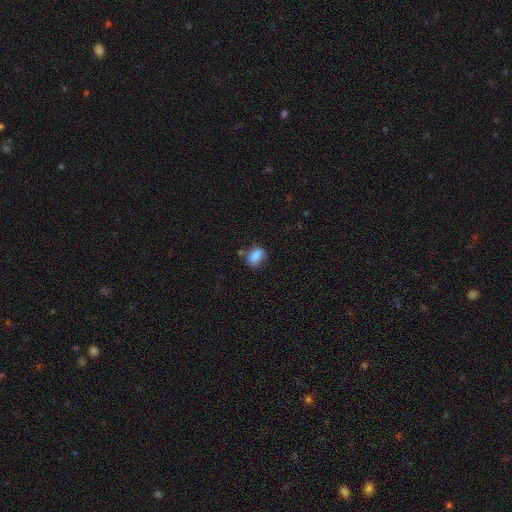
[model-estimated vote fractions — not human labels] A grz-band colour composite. It shows a smooth galaxy with no disk features (83%) that is in between round and cigar-shaped (71%). Merging: none (60%).